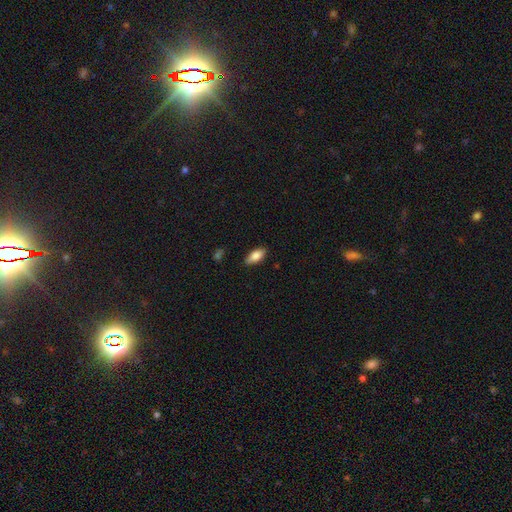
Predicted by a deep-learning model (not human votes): A smooth galaxy with no disk features (81%) that is in between round and cigar-shaped (83%).

Vote fractions:
- Smooth or featured? smooth: 81% / featured or disk: 12% / star or artifact: 7%
- How rounded? in between: 83% / cigar-shaped: 15% / round: 2%
- Merging? none: 84% / minor disturbance: 12% / major disturbance: 2% / merger: 1%